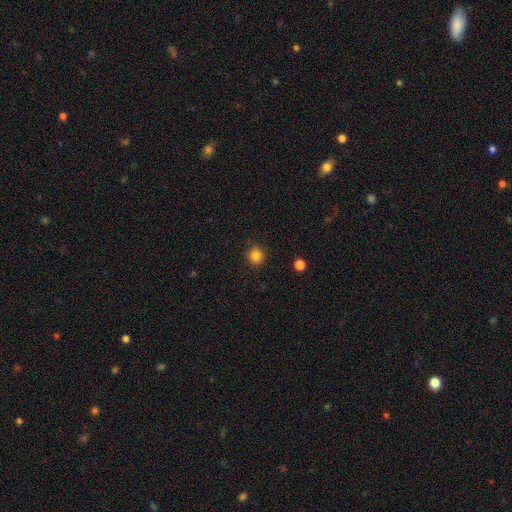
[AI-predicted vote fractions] smooth_or_featured: smooth (p=0.84) [alt: star or artifact p=0.12]
how_rounded: round (p=0.91) [alt: in between p=0.08]
merging: none (p=0.90) [alt: minor disturbance p=0.07]